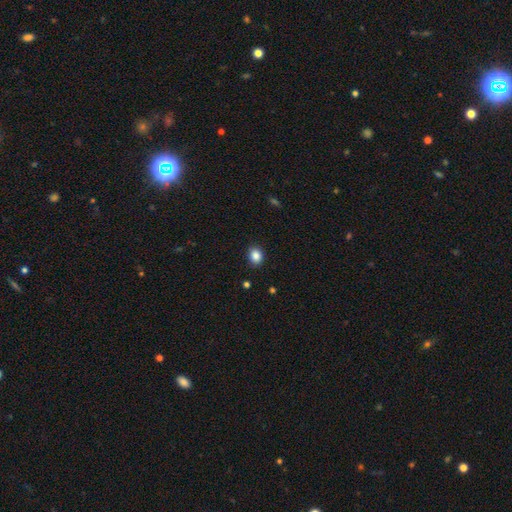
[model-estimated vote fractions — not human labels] Smooth or featured? Predicted: smooth (p=0.86). How rounded? Predicted: round (p=0.57). Merging? Predicted: none (p=0.88).